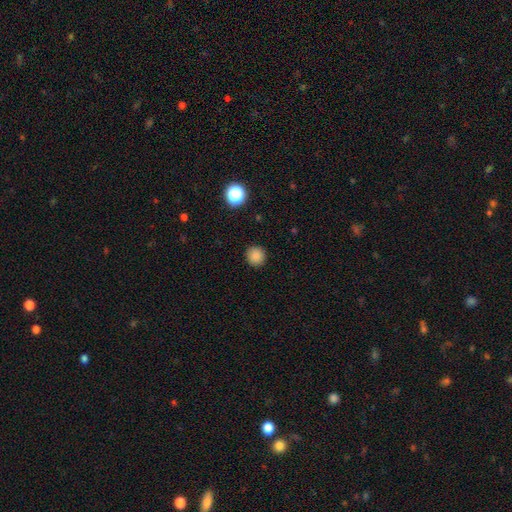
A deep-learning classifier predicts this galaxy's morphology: smooth_or_featured: smooth (p=0.85) [alt: star or artifact p=0.12]
how_rounded: round (p=0.94) [alt: in between p=0.05]
merging: none (p=0.92) [alt: minor disturbance p=0.05]